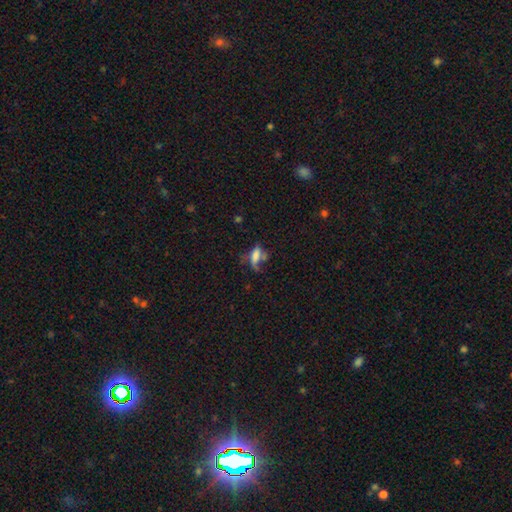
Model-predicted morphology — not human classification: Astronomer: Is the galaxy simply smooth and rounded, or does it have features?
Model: smooth — 58%.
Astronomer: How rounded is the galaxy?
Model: in between — 56% (runner-up: cigar-shaped, 40%).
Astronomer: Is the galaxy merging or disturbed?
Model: none — 32% (runner-up: major disturbance, 28%).